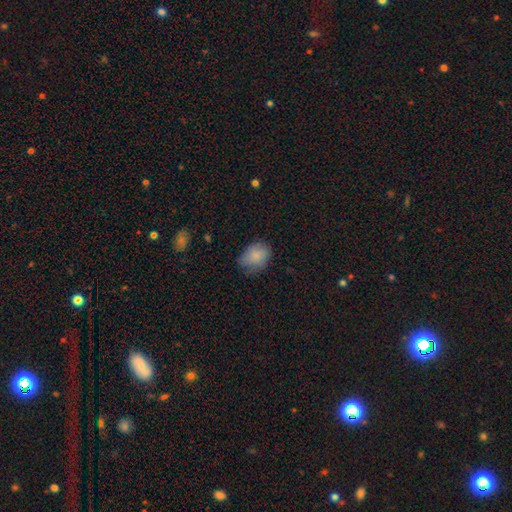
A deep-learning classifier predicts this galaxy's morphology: A smooth galaxy with no disk features (84%) that is in between round and cigar-shaped (66%).

Vote fractions:
- Smooth or featured? smooth: 84% / featured or disk: 8% / star or artifact: 8%
- How rounded? in between: 66% / round: 33% / cigar-shaped: 1%
- Merging? none: 62% / minor disturbance: 29% / major disturbance: 7% / merger: 1%